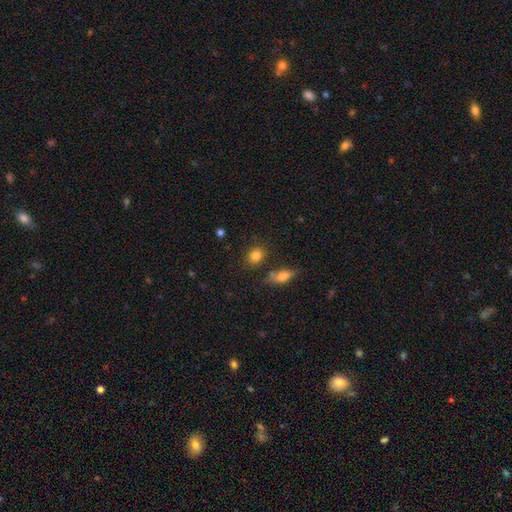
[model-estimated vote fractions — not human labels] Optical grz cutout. It shows a smooth galaxy with no disk features (84%) that is round (52%). Merging: none (78%).